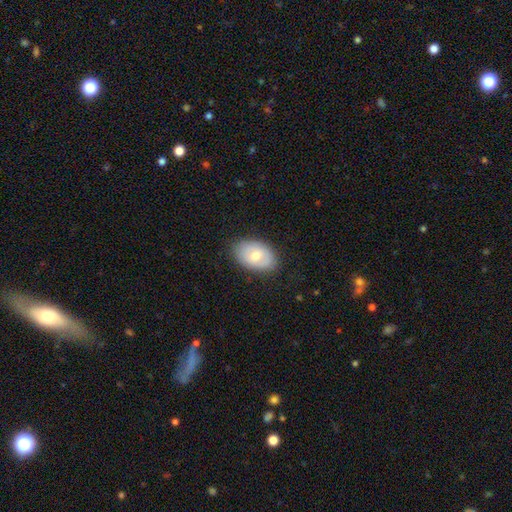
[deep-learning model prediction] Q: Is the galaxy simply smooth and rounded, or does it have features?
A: smooth — 67%.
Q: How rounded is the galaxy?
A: in between — 87%.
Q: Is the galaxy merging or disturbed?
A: none — 82%.